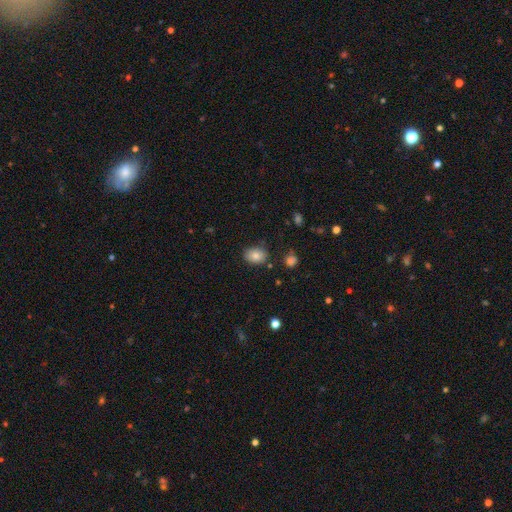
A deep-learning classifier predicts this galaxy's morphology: smooth 82%, star or artifact 9%, featured or disk 9%. Down the decision tree: how rounded — in between (73%); merging — none (80%).